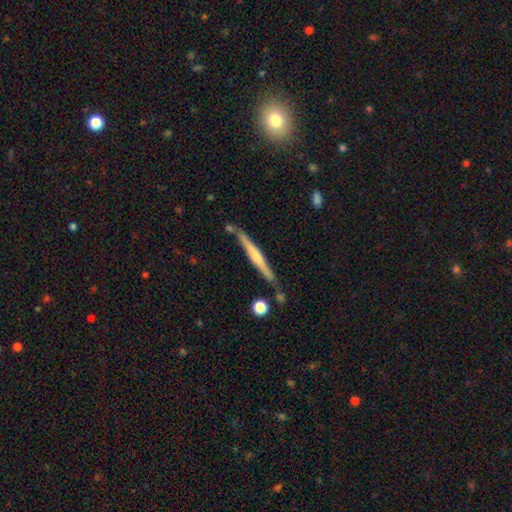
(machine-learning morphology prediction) This appears to be a featured or disk galaxy (57%) viewed edge-on (97%) with a rounded central bulge (46%). Merging: none (78%).